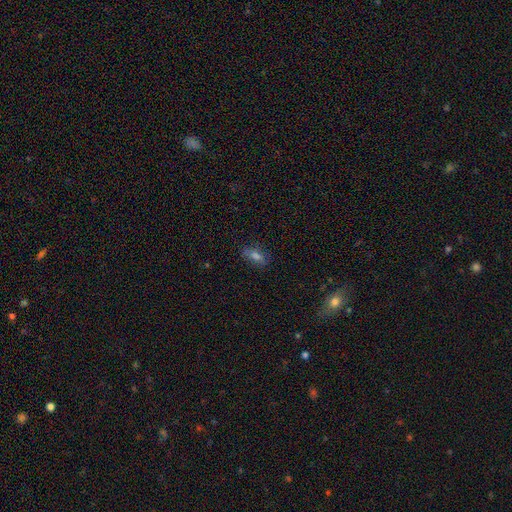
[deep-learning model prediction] Smooth or featured? smooth (61%)
How rounded? in between (72%)
Merging? none (76%)